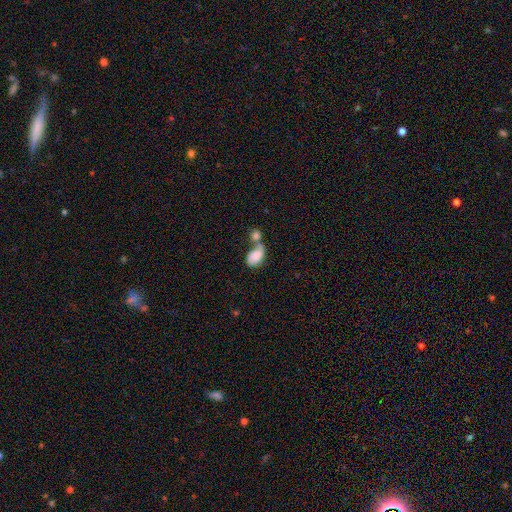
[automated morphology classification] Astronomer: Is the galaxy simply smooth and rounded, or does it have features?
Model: smooth — 75%.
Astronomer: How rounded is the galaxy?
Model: in between — 89%.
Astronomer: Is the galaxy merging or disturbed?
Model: merger — 65%.